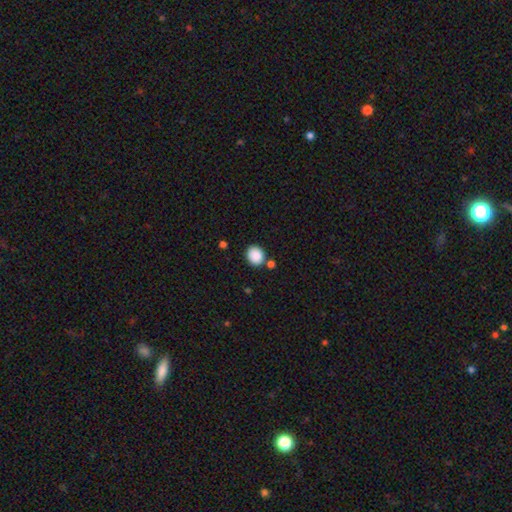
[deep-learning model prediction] Smooth or featured? smooth (88%)
How rounded? round (70%)
Merging? none (79%)